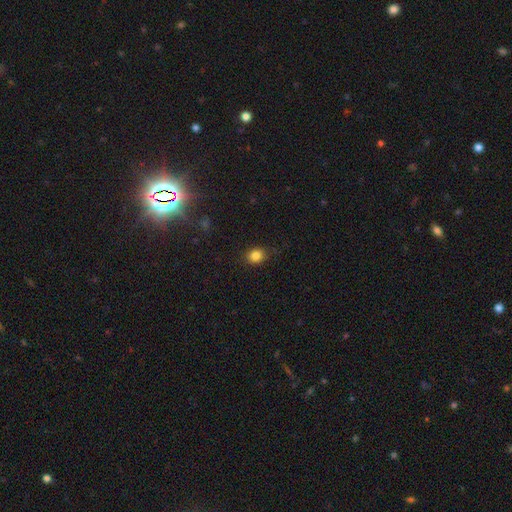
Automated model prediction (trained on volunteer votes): Morphology: type=smooth (84%); roundness=round (61%); merging=none (86%).